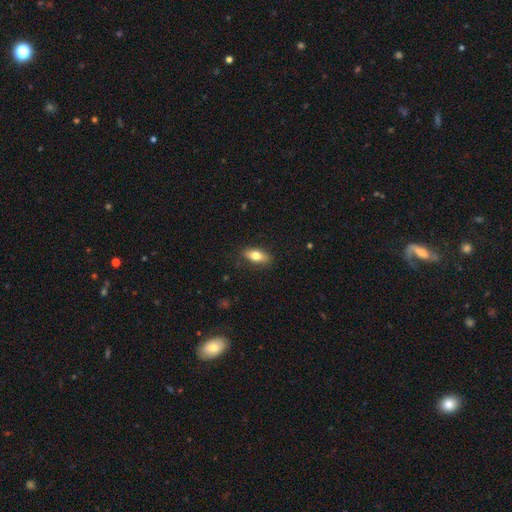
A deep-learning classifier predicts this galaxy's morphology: Smooth or featured?
  - smooth: 74% *
  - featured or disk: 20%
  - star or artifact: 7%
How rounded?
  - in between: 79% *
  - cigar-shaped: 17%
  - round: 4%
Merging?
  - none: 86% *
  - minor disturbance: 11%
  - major disturbance: 2%
  - merger: 1%